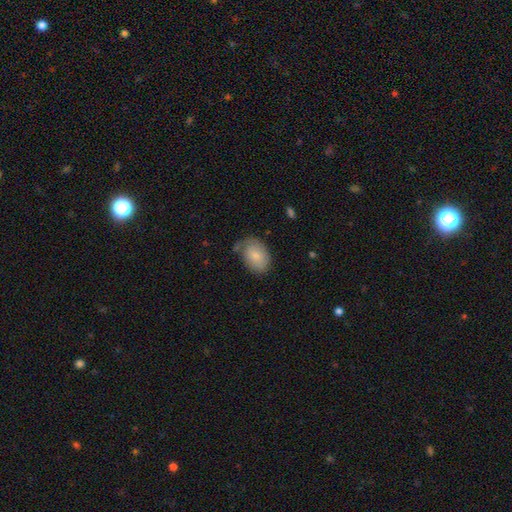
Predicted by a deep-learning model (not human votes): Morphology: type=smooth (78%); roundness=in between (81%); merging=none (62%).